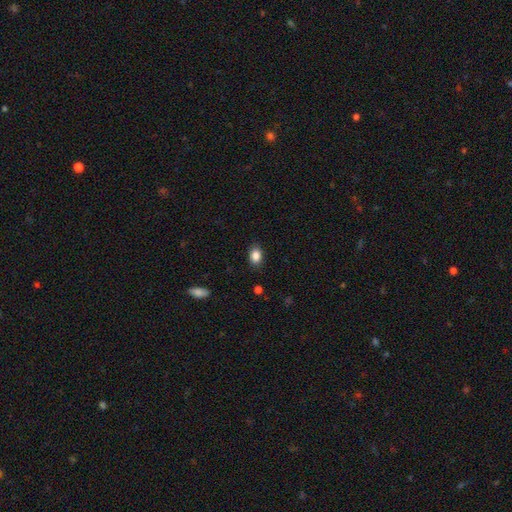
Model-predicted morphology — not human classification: smooth 86%, star or artifact 9%, featured or disk 5%. Down the decision tree: how rounded — in between (81%); merging — none (86%).